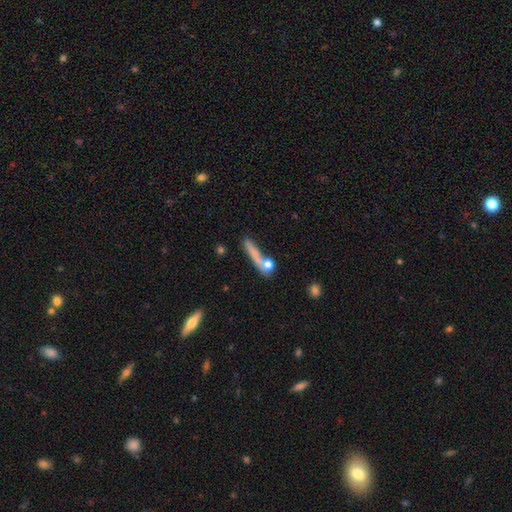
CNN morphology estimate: Overall: smooth (61%; featured or disk 28%). How rounded: cigar-shaped (78%). Merging: none (53%; merger 20%).